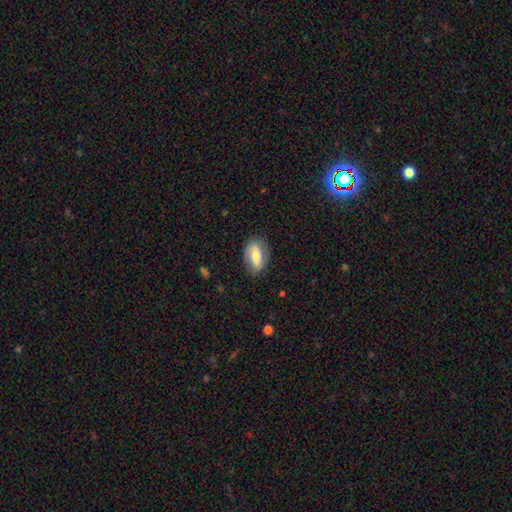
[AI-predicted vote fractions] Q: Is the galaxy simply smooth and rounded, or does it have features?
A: smooth — 53%.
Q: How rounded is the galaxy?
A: in between — 86%.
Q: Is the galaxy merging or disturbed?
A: none — 78%.